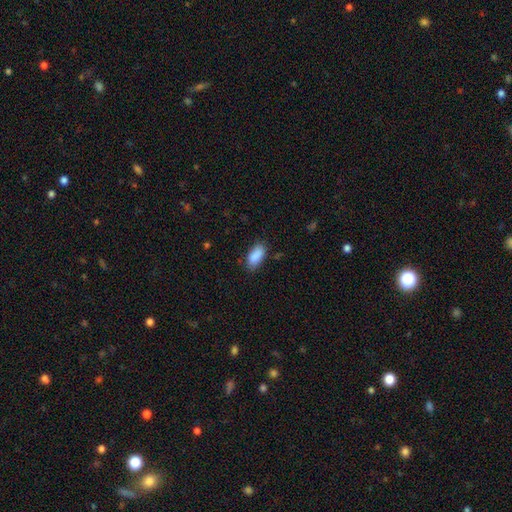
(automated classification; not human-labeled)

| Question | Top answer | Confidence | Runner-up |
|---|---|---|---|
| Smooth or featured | smooth | 89% | star or artifact (7%) |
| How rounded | in between | 91% | cigar-shaped (6%) |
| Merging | none | 78% | minor disturbance (17%) |